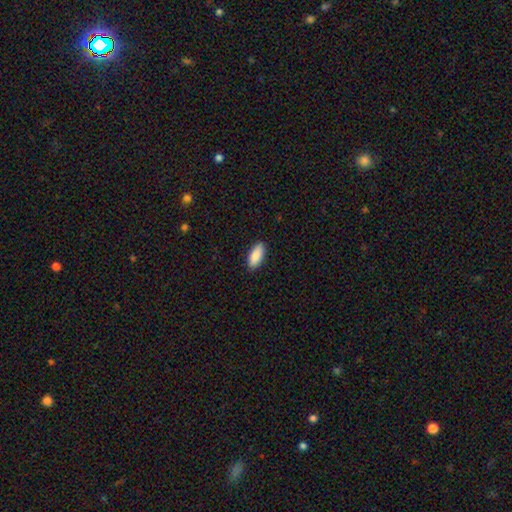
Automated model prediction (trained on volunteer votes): A smooth galaxy with no disk features (89%) that is in between round and cigar-shaped (83%). Merging: none (89%).